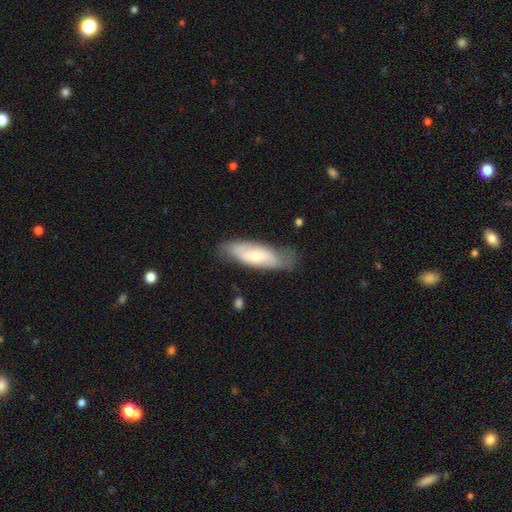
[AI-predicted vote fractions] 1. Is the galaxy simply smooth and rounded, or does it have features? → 51% featured or disk, 44% smooth, 6% star or artifact.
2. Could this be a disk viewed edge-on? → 77% no, 23% yes.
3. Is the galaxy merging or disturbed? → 72% none, 21% minor disturbance, 6% major disturbance, 2% merger.